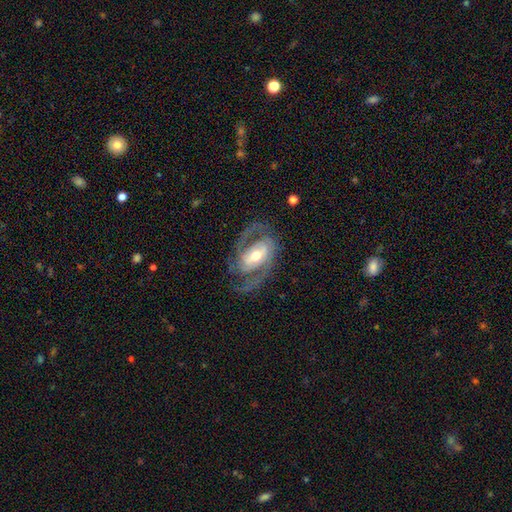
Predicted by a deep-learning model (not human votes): A featured or disk galaxy (88%) with a weak bar (39%), 2 (78%) medium (52%) spiral arms (95%) and a moderate central bulge (66%).

Vote fractions:
- Smooth or featured? featured or disk: 88% / smooth: 7% / star or artifact: 5%
- Edge-on disk? no: 96% / yes: 4%
- Bar? weak: 39% / strong: 31% / no: 30%
- Spiral arms? yes: 95% / no: 5%
- Spiral winding? medium: 52% / tight: 32% / loose: 16%
- Spiral arm count? 2: 78% / 3: 9% / can't tell: 6% / 1: 3% / 4: 2% / more than 4: 2%
- Bulge size? moderate: 66% / small: 21% / large: 11% / dominant: 1% / none: 1%
- Merging? none: 72% / minor disturbance: 15% / major disturbance: 12% / merger: 1%